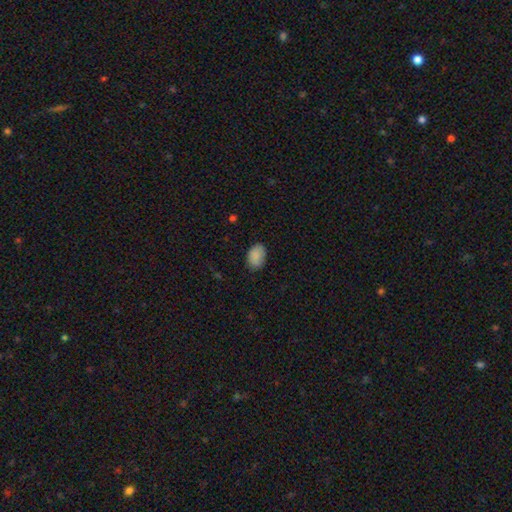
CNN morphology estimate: type=smooth (89%); roundness=in between (85%); merging=none (79%).